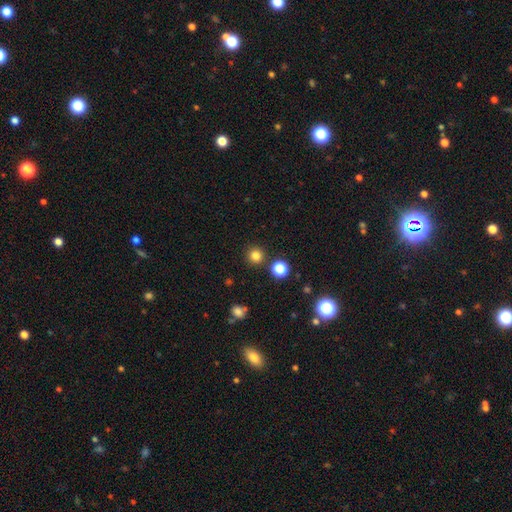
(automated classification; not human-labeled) A smooth galaxy with no disk features (80%) that is round (94%).

Vote fractions:
- Smooth or featured? smooth: 80% / star or artifact: 15% / featured or disk: 5%
- How rounded? round: 94% / in between: 5% / cigar-shaped: 1%
- Merging? none: 89% / minor disturbance: 5% / merger: 4% / major disturbance: 2%